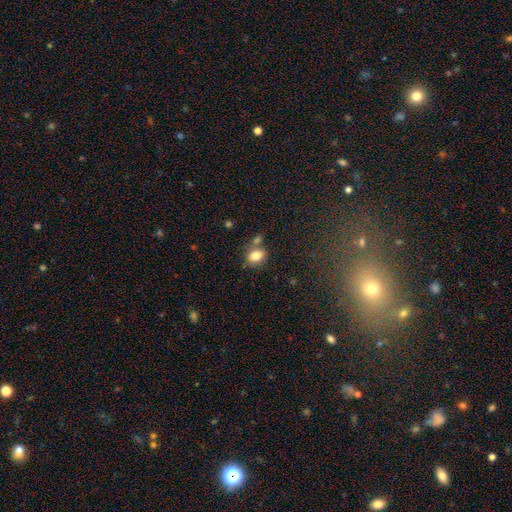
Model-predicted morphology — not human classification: Smooth or featured?
  - smooth: 81% *
  - featured or disk: 10%
  - star or artifact: 10%
How rounded?
  - in between: 65% *
  - round: 33%
  - cigar-shaped: 1%
Merging?
  - none: 58% *
  - merger: 22%
  - minor disturbance: 15%
  - major disturbance: 5%